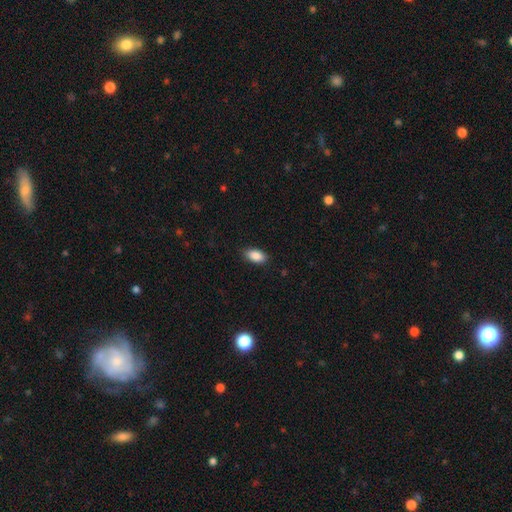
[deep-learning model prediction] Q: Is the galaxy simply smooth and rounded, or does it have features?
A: smooth — 88%.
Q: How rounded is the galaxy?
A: in between — 92%.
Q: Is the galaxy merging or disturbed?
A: none — 86%.